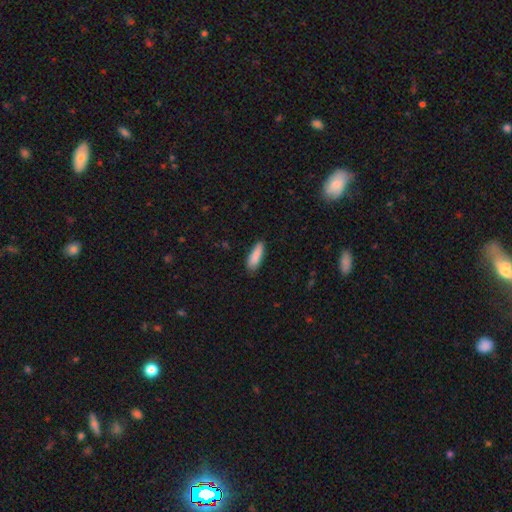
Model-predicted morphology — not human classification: type=smooth (88%); roundness=in between (52%); merging=none (80%).